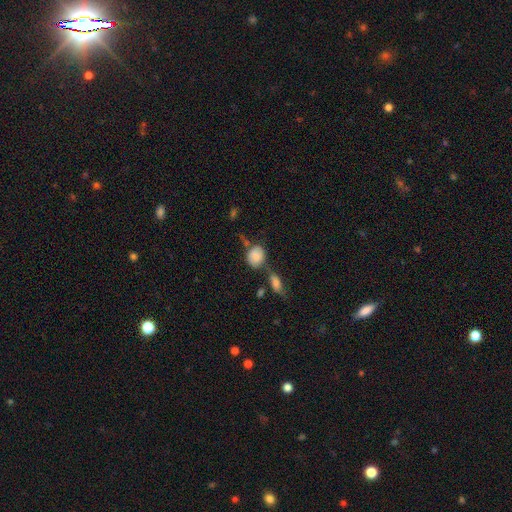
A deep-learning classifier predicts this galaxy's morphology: Q: Smooth or featured?
A: smooth (80%); runner-up: featured or disk (11%)
Q: How rounded?
A: round (61%); runner-up: in between (37%)
Q: Merging?
A: none (47%); runner-up: merger (22%)